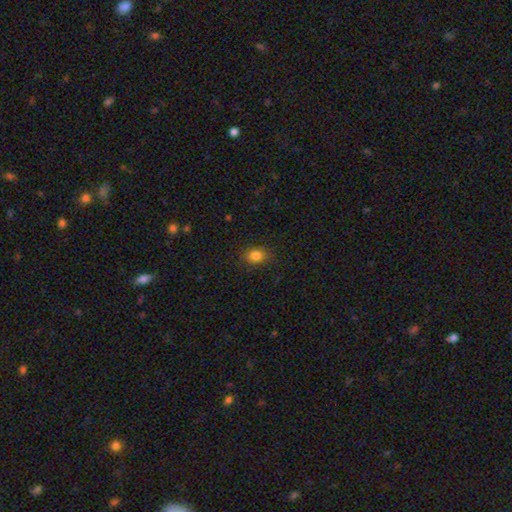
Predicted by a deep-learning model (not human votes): This appears to be a smooth galaxy with no disk features (83%) that is in between round and cigar-shaped (58%). Merging: none (85%).